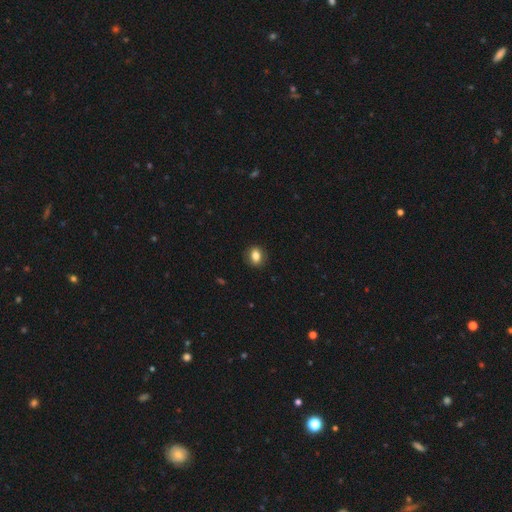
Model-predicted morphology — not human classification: type=smooth (82%); roundness=in between (55%); merging=none (88%).